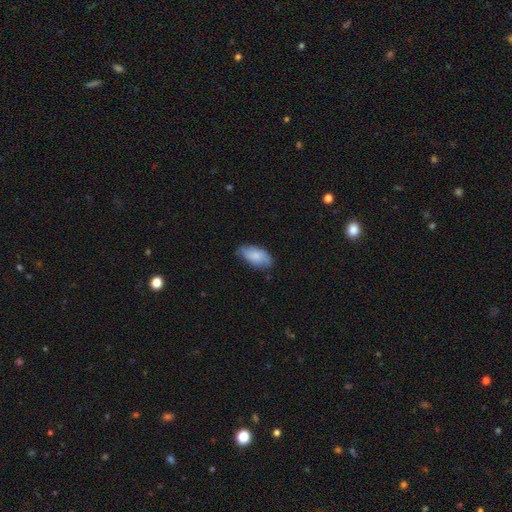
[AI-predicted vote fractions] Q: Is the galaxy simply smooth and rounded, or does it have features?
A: smooth — 80%.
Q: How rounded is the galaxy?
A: in between — 92%.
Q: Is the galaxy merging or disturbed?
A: none — 67%.